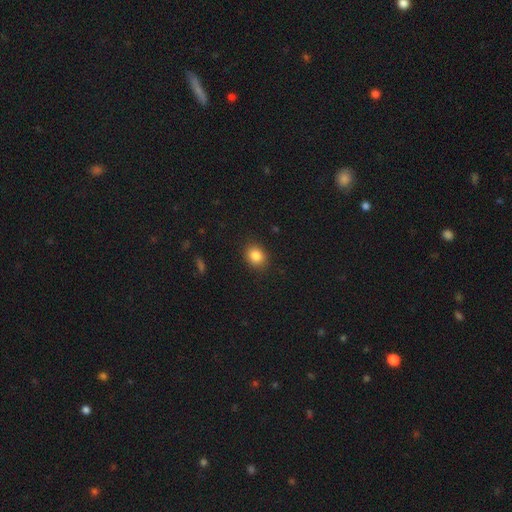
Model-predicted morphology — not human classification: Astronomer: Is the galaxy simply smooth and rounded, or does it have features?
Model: smooth — 85%.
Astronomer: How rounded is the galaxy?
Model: round — 56% (runner-up: in between, 43%).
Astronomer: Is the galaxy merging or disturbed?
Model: none — 87%.